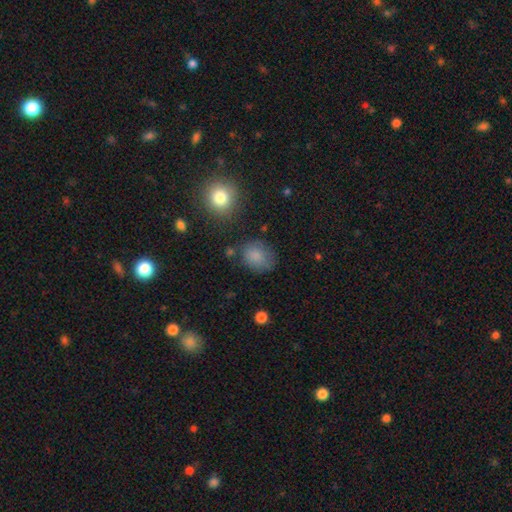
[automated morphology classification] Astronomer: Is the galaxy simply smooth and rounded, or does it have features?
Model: smooth — 82%.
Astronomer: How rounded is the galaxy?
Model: in between — 52% (runner-up: round, 47%).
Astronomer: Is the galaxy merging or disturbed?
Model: none — 68%.